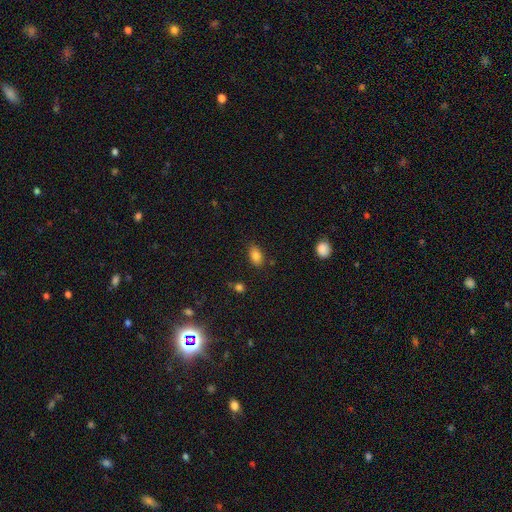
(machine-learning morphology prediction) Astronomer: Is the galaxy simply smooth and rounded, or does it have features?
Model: smooth — 84%.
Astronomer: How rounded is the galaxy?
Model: in between — 88%.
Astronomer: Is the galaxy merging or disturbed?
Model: none — 81%.